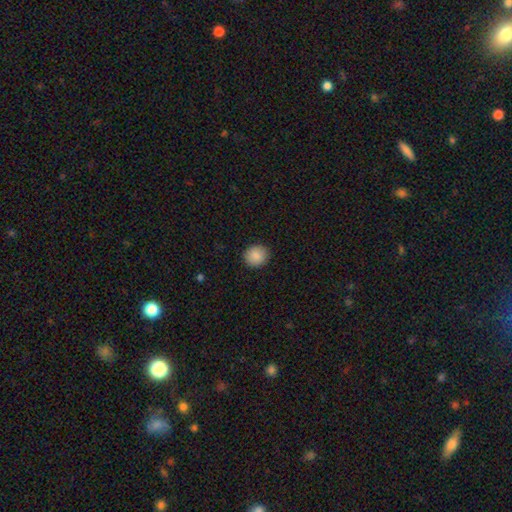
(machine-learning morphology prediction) A smooth galaxy with no disk features (88%) that is round (79%). Merging: none (90%).